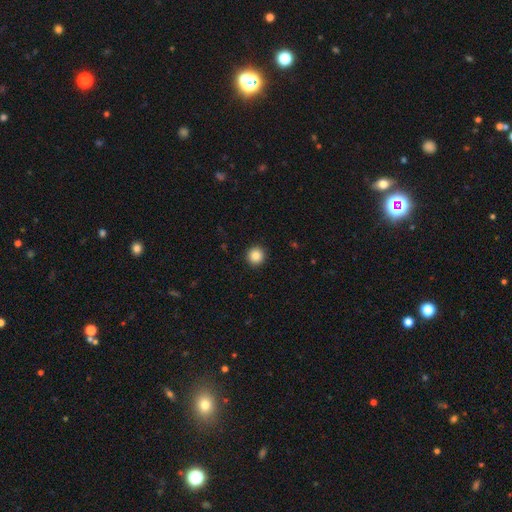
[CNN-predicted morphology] smooth 86%, star or artifact 10%, featured or disk 4%. Down the decision tree: how rounded — round (96%); merging — none (93%).